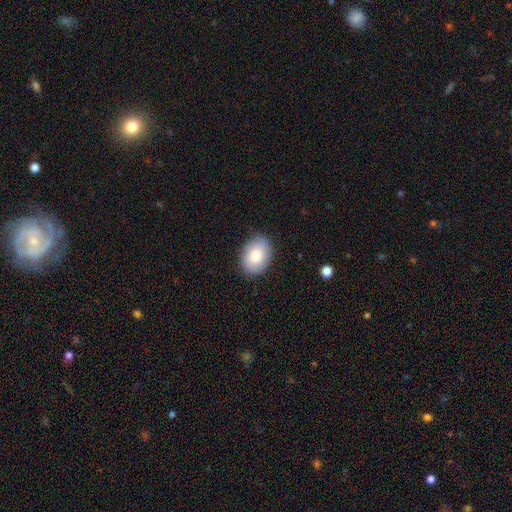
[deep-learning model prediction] Smooth or featured: smooth — 80% (featured or disk — 13%)
How rounded: in between — 77% (round — 22%)
Merging: none — 86% (minor disturbance — 11%)